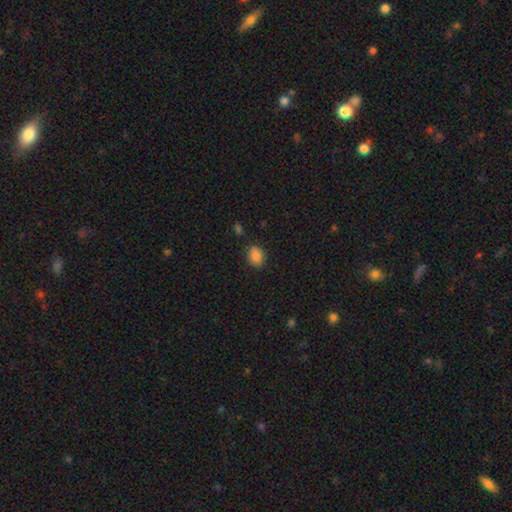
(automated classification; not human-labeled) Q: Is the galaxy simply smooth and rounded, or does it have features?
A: smooth — 86%.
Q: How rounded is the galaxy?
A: in between — 60%.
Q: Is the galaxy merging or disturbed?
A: none — 79%.